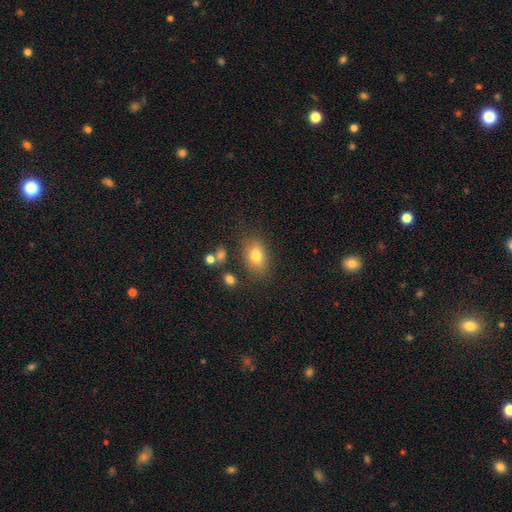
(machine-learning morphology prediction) A smooth galaxy with no disk features (77%) that is in between round and cigar-shaped (83%). Merging: none (77%).